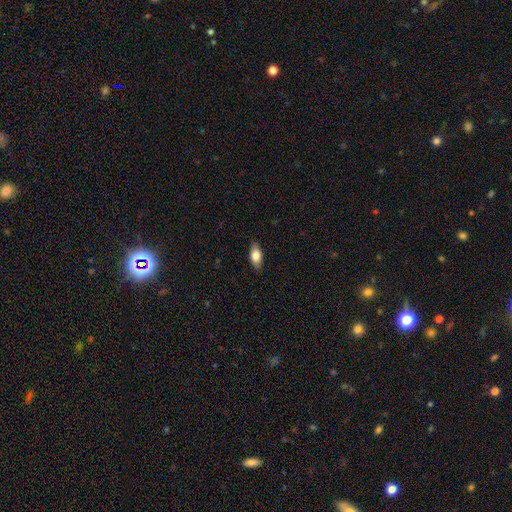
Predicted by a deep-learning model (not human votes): Smooth or featured? Predicted: smooth (p=0.78). How rounded? Predicted: in between (p=0.87). Merging? Predicted: none (p=0.86).